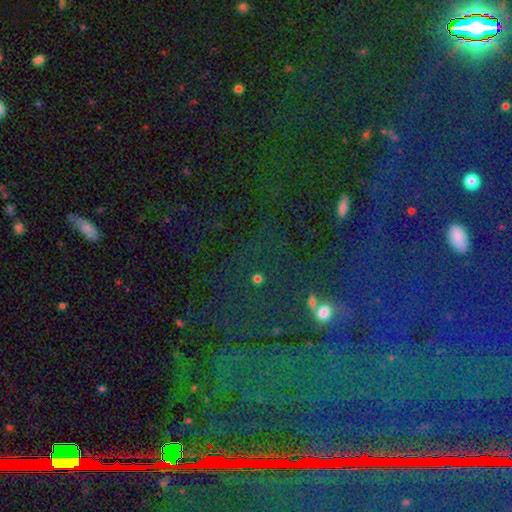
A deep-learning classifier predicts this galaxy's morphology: A star or artifact, not a galaxy (77%).